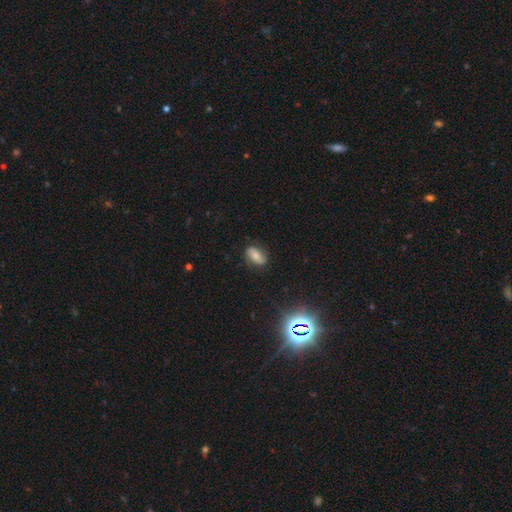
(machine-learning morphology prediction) Smooth or featured? Predicted: smooth (p=0.45). Merging? Predicted: none (p=0.76).